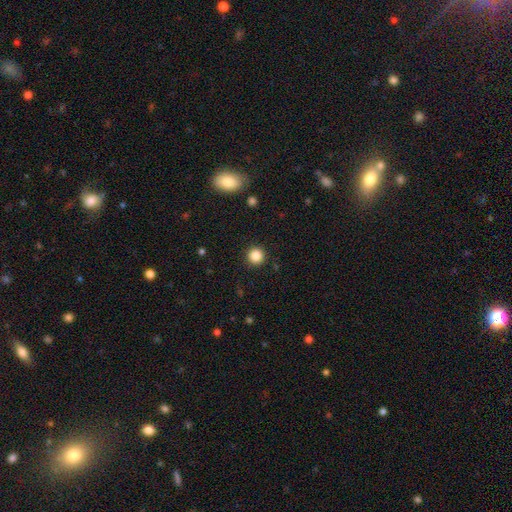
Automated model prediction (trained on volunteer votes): smooth-or-featured: smooth: 85% | star or artifact: 11% | featured or disk: 4%
  how-rounded: round: 95% | in between: 4% | cigar-shaped: 1%
  merging: none: 92% | minor disturbance: 5% | major disturbance: 2% | merger: 1%